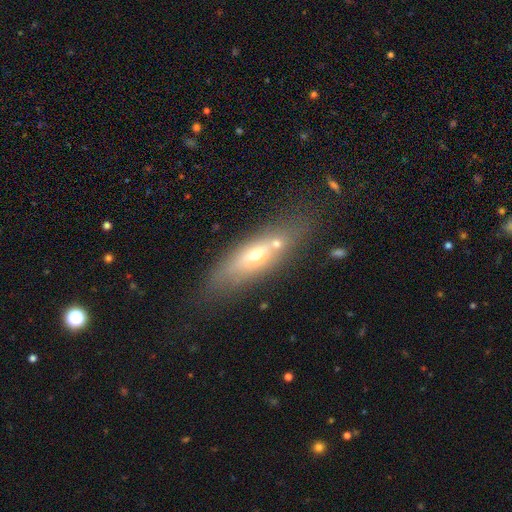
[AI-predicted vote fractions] This appears to be a smooth galaxy with no disk features (49%). Merging: none (60%).